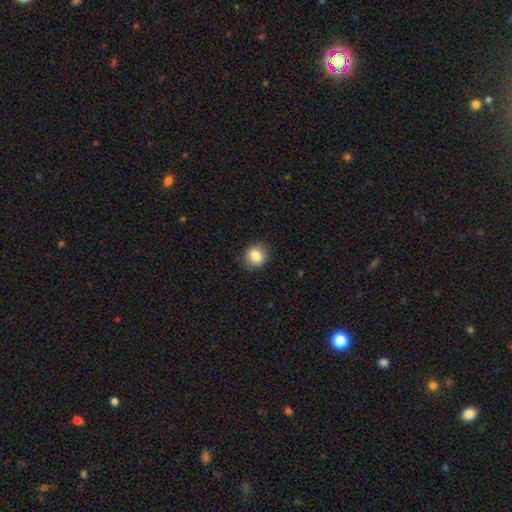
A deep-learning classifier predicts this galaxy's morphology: Smooth or featured: smooth — 84% (star or artifact — 9%)
How rounded: round — 78% (in between — 21%)
Merging: none — 87% (minor disturbance — 10%)